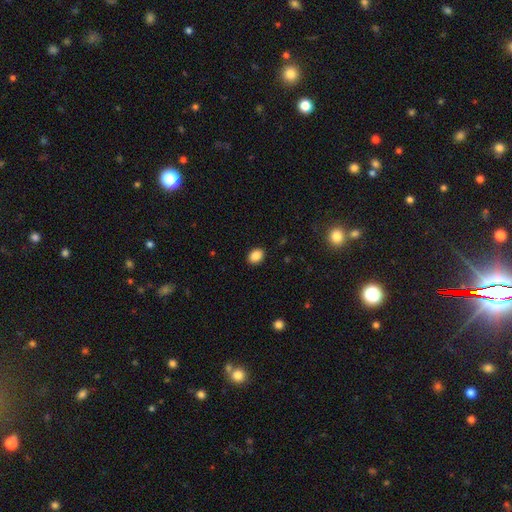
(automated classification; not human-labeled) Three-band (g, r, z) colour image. It shows a smooth galaxy with no disk features (87%) that is in between round and cigar-shaped (59%). Merging: none (90%).